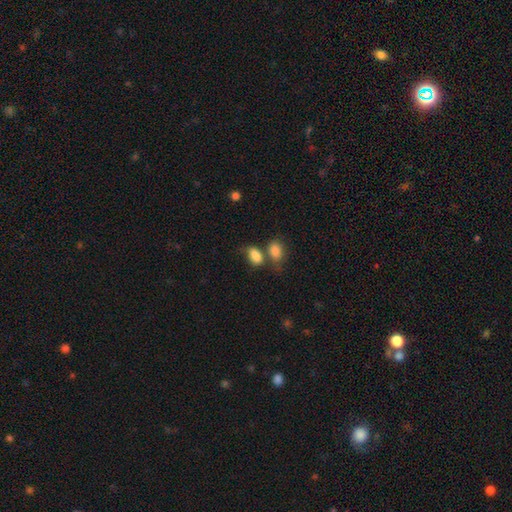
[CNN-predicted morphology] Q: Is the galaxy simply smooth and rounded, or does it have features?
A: smooth — 85%.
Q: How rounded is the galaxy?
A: in between — 86%.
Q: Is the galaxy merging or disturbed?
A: none — 39%, tied with merger.